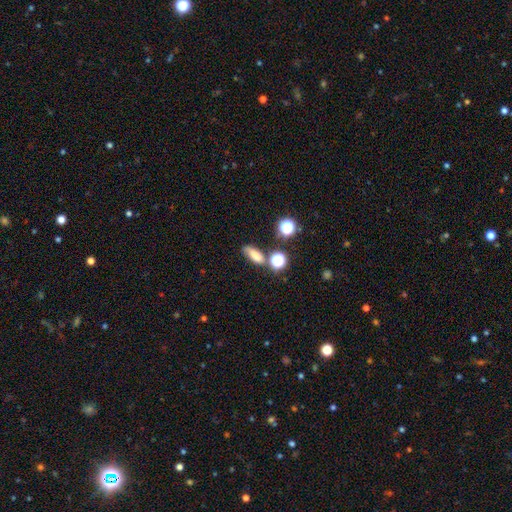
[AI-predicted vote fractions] Smooth or featured: smooth — 71% (star or artifact — 17%)
How rounded: in between — 63% (cigar-shaped — 20%)
Merging: none — 58% (minor disturbance — 19%)